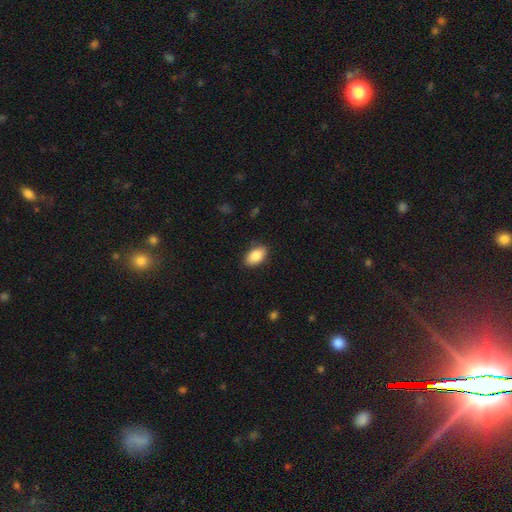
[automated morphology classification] smooth 86%, star or artifact 7%, featured or disk 7%. Down the decision tree: how rounded — in between (92%); merging — none (86%).